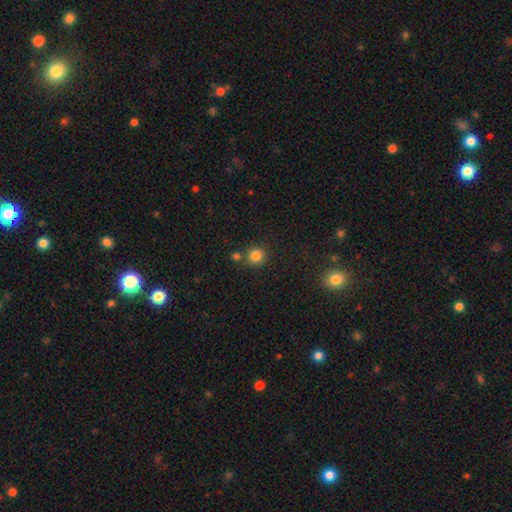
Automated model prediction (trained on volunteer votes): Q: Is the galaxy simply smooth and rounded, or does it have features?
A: smooth — 81%.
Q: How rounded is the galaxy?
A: round — 91%.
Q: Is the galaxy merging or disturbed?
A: none — 73%.